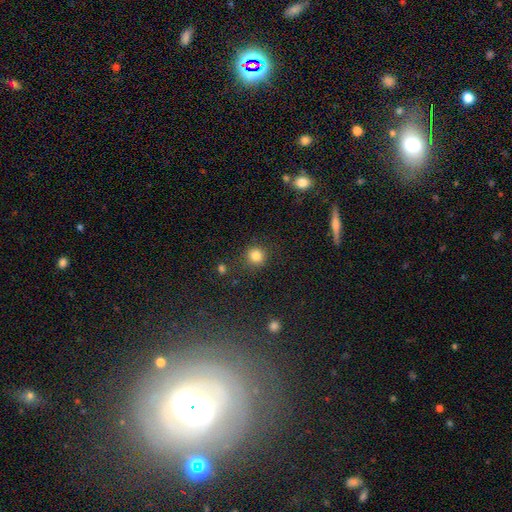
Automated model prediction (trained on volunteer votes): smooth_or_featured: smooth (p=0.83) [alt: star or artifact p=0.12]
how_rounded: round (p=0.90) [alt: in between p=0.09]
merging: none (p=0.85) [alt: minor disturbance p=0.09]